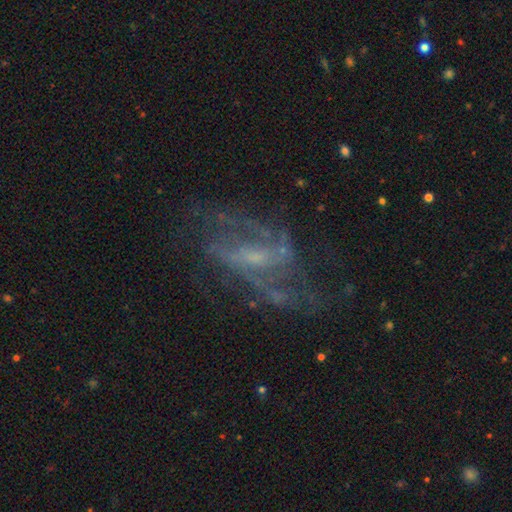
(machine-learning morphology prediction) Smooth or featured? featured or disk (79%)
Edge-on disk? no (94%)
Bar? weak (47%)
Spiral arms? yes (81%)
Spiral winding? medium (42%)
Spiral arm count? 2 (48%)
Bulge size? small (55%)
Merging? none (56%)